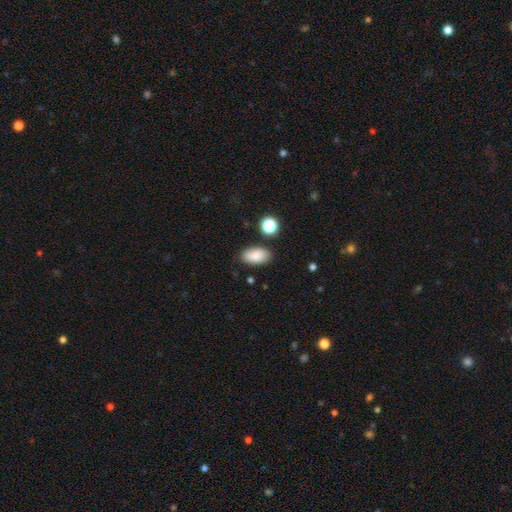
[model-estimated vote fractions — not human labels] A smooth galaxy with no disk features (85%) that is in between round and cigar-shaped (93%).

Vote fractions:
- Smooth or featured? smooth: 85% / star or artifact: 8% / featured or disk: 6%
- How rounded? in between: 93% / round: 5% / cigar-shaped: 2%
- Merging? none: 82% / minor disturbance: 11% / merger: 4% / major disturbance: 3%